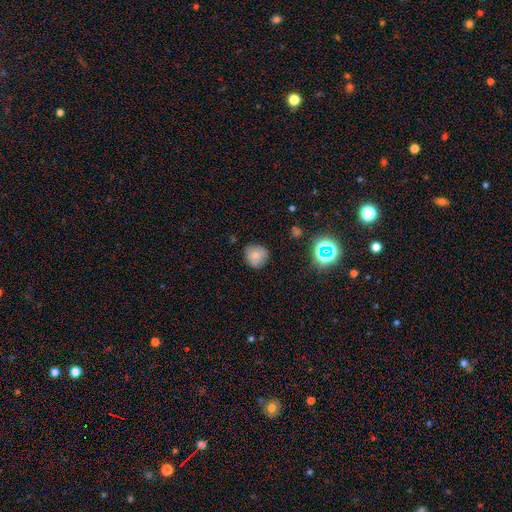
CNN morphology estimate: smooth-or-featured: smooth: 70% | featured or disk: 16% | star or artifact: 15%
  how-rounded: round: 87% | in between: 12% | cigar-shaped: 1%
  merging: none: 77% | minor disturbance: 18% | major disturbance: 4% | merger: 2%